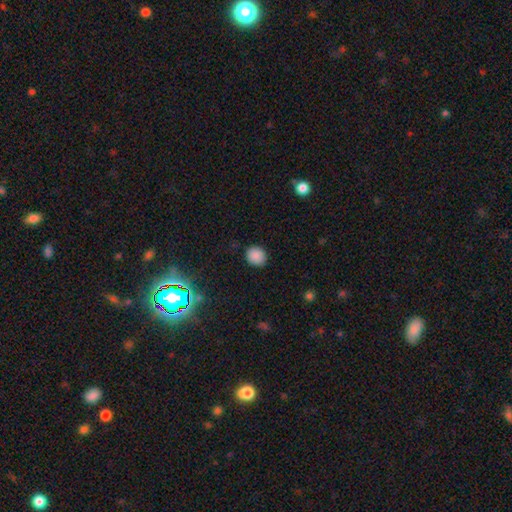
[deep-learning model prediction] This is clearly a smooth galaxy (87%). How rounded: likely round (74%). Merging: clearly none (88%).